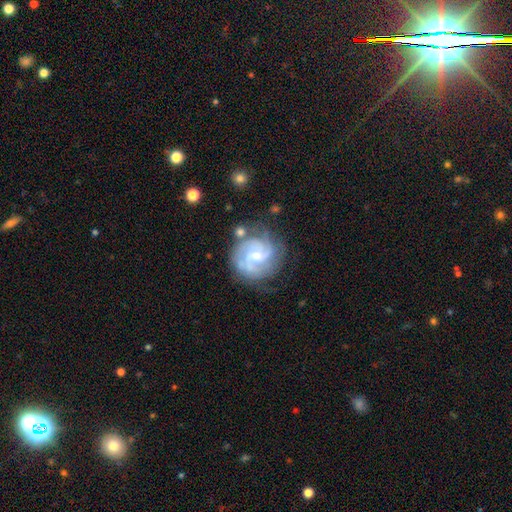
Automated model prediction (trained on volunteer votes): Overall: featured or disk (85%). Edge-on disk: no (98%). Bar: no (59%; weak 34%). Spiral arms: yes (96%). Spiral arm count: 3 (35%; 2 24%). Spiral winding: tight (58%; medium 34%). Bulge size: small (55%; moderate 42%). Merging: none (71%).